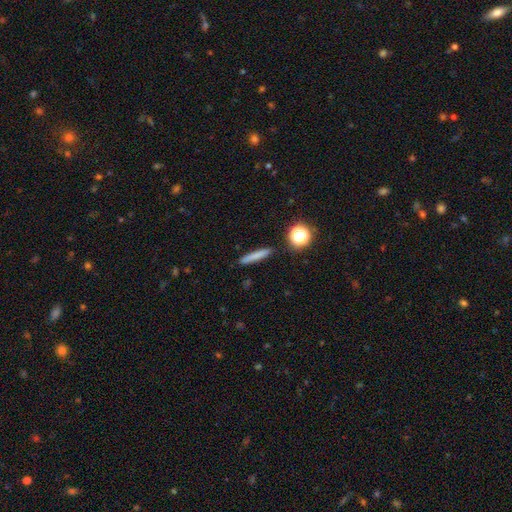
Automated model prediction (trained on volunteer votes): This is likely a smooth galaxy (74%). How rounded: clearly cigar-shaped (91%). Merging: clearly none (89%).